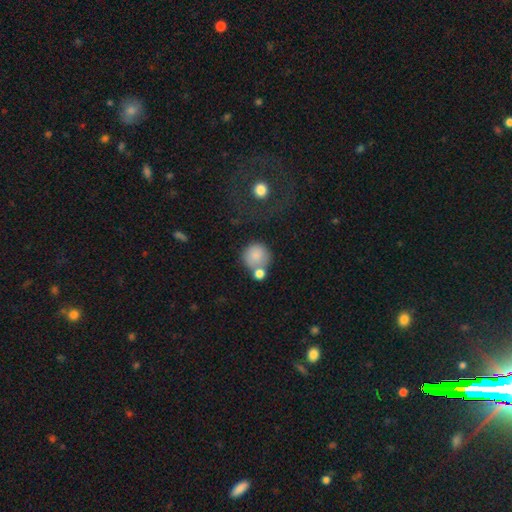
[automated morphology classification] smooth_or_featured: smooth (p=0.82) [alt: featured or disk p=0.10]
how_rounded: round (p=0.90) [alt: in between p=0.09]
merging: none (p=0.50) [alt: merger p=0.29]